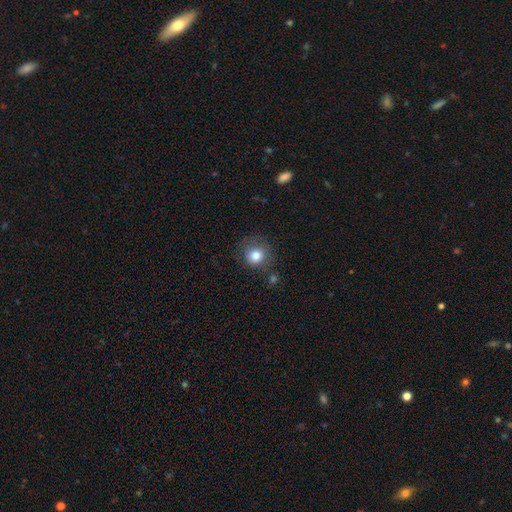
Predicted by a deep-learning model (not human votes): A smooth galaxy with no disk features (81%) that is round (88%).

Vote fractions:
- Smooth or featured? smooth: 81% / star or artifact: 11% / featured or disk: 8%
- How rounded? round: 88% / in between: 11% / cigar-shaped: 1%
- Merging? none: 75% / minor disturbance: 16% / major disturbance: 6% / merger: 4%